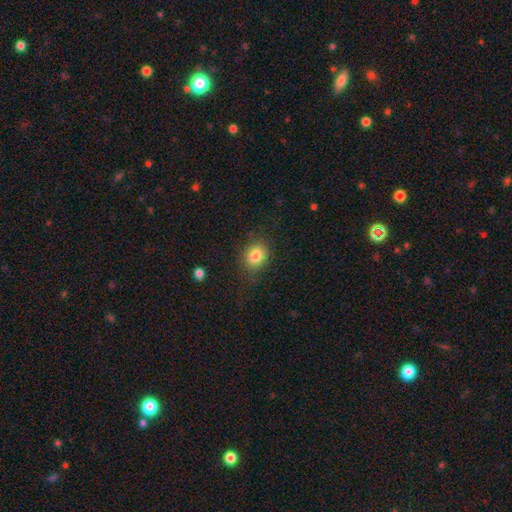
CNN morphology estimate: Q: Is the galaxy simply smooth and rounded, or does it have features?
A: smooth — 83%.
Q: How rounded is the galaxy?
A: round — 60%.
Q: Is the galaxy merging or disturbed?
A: none — 79%.